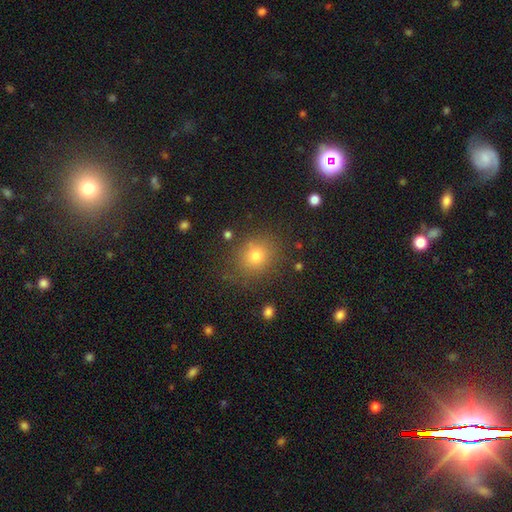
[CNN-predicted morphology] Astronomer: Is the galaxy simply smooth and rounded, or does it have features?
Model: smooth — 75%.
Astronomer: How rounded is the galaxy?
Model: round — 75%.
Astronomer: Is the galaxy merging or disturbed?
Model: none — 82%.